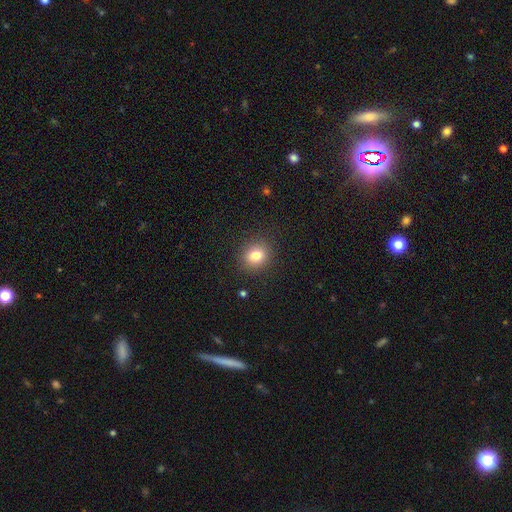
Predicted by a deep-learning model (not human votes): Morphology: type=smooth (80%); roundness=round (74%); merging=none (89%).